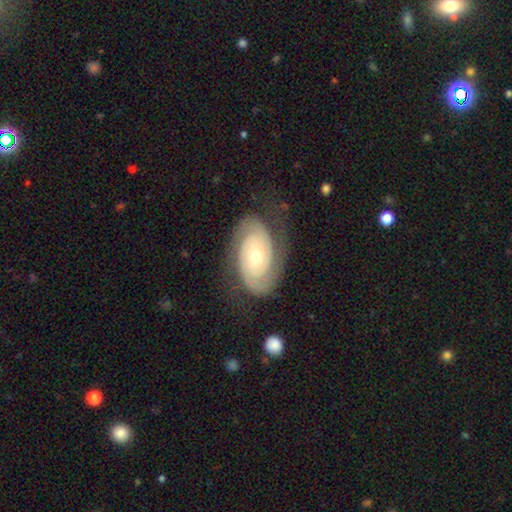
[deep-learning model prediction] This is clearly a featured or disk galaxy (85%). It is clearly not viewed edge-on (96%). Bar: likely no (79%). Spiral arm pattern: clearly yes (95%). Spiral arm count: likely 2 (79%). Spiral winding: likely tight (66%). Central bulge: likely moderate (61%). Merging: likely none (73%).